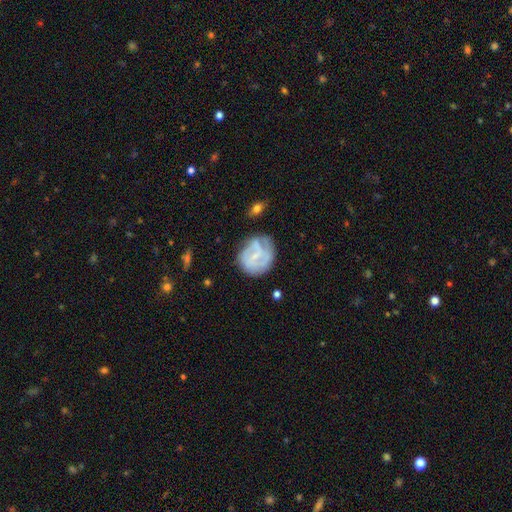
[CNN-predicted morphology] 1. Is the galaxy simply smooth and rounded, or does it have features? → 57% featured or disk, 35% smooth, 7% star or artifact.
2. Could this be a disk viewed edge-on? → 98% no, 2% yes.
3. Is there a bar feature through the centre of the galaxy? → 46% no, 42% weak, 11% strong.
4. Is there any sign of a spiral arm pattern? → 64% yes, 36% no.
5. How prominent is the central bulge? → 59% small, 22% none, 17% moderate, 1% large, 1% dominant.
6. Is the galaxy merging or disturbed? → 57% none, 26% minor disturbance, 14% major disturbance, 3% merger.